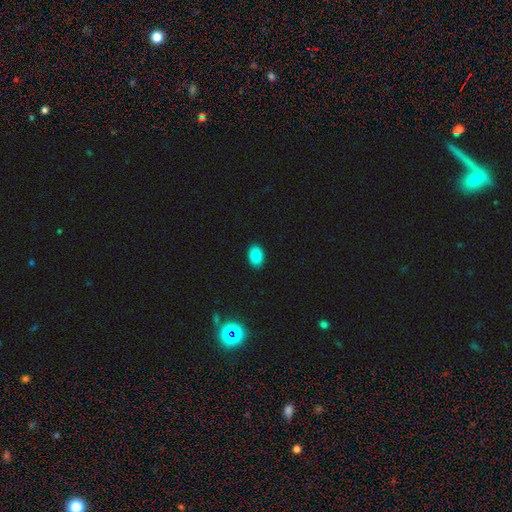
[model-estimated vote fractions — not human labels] The model was most divided on "smooth or featured": smooth: 87%, star or artifact: 10%, featured or disk: 4%. More confident: merging — none (90%); how rounded — in between (89%).